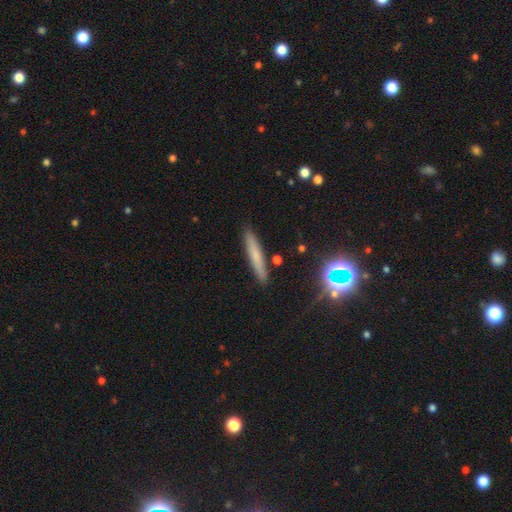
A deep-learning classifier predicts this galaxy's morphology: Overall: smooth (61%; featured or disk 27%). How rounded: cigar-shaped (92%). Merging: none (88%).